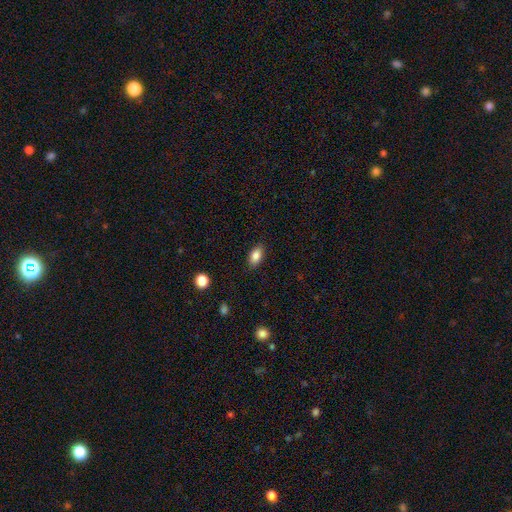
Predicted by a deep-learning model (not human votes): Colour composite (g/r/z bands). It shows a smooth galaxy with no disk features (85%) that is in between round and cigar-shaped (90%). Merging: none (87%).